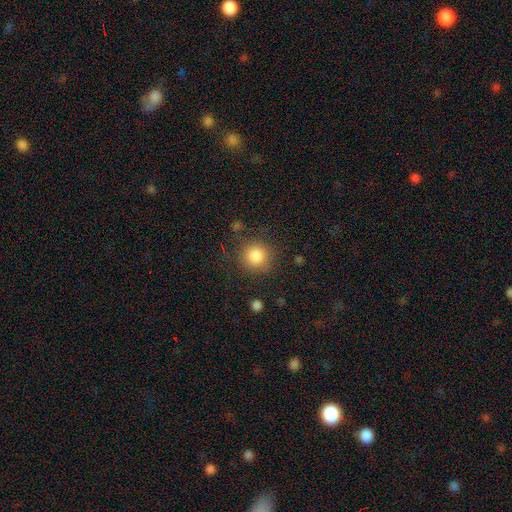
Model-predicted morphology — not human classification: smooth-or-featured: smooth: 85% | star or artifact: 10% | featured or disk: 5%
  how-rounded: round: 92% | in between: 7% | cigar-shaped: 1%
  merging: none: 83% | minor disturbance: 10% | major disturbance: 4% | merger: 3%